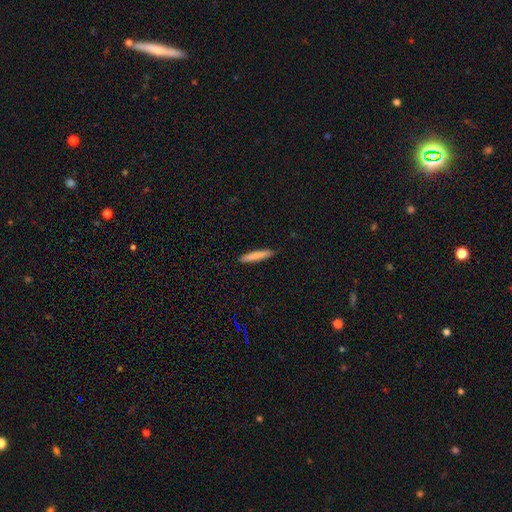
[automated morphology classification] A smooth galaxy with no disk features (80%) that is cigar-shaped (92%). Merging: none (89%).